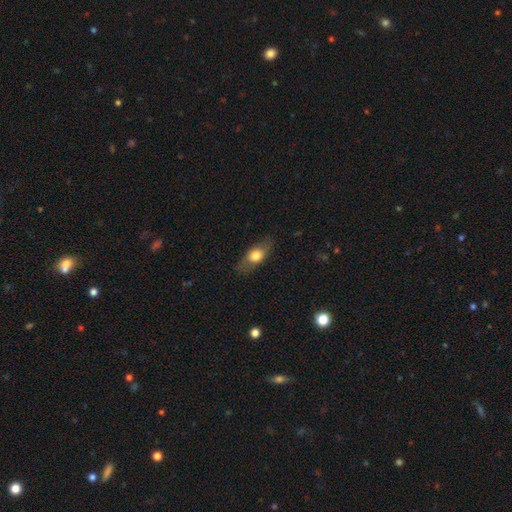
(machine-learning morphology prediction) Q: Smooth or featured?
A: smooth (66%); runner-up: featured or disk (28%)
Q: How rounded?
A: in between (71%); runner-up: cigar-shaped (19%)
Q: Merging?
A: none (81%); runner-up: minor disturbance (14%)